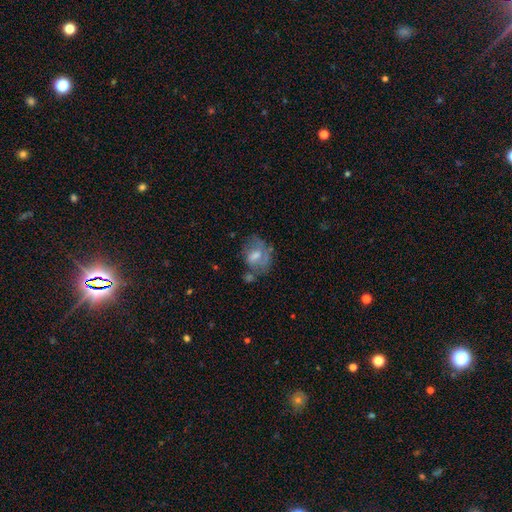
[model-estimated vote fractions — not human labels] smooth-or-featured: featured or disk: 49% | smooth: 39% | star or artifact: 12%
  merging: none: 45% | minor disturbance: 24% | major disturbance: 20% | merger: 11%